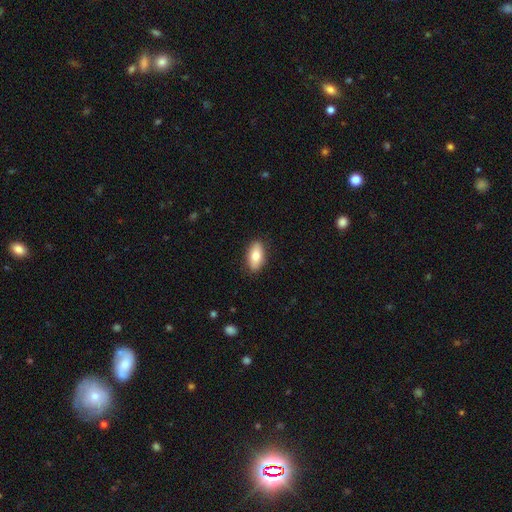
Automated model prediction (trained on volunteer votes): smooth_or_featured: smooth (p=0.81) [alt: featured or disk p=0.13]
how_rounded: in between (p=0.89) [alt: cigar-shaped p=0.07]
merging: none (p=0.88) [alt: minor disturbance p=0.09]